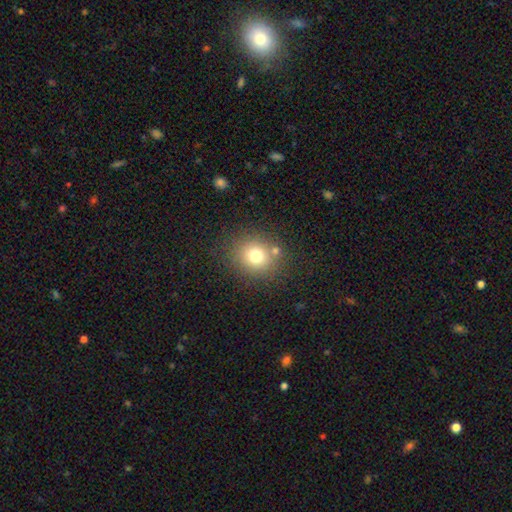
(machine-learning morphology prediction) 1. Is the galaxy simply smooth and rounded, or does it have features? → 74% smooth, 15% star or artifact, 11% featured or disk.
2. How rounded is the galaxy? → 80% round, 19% in between, 1% cigar-shaped.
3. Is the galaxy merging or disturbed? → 78% none, 10% minor disturbance, 8% merger, 4% major disturbance.